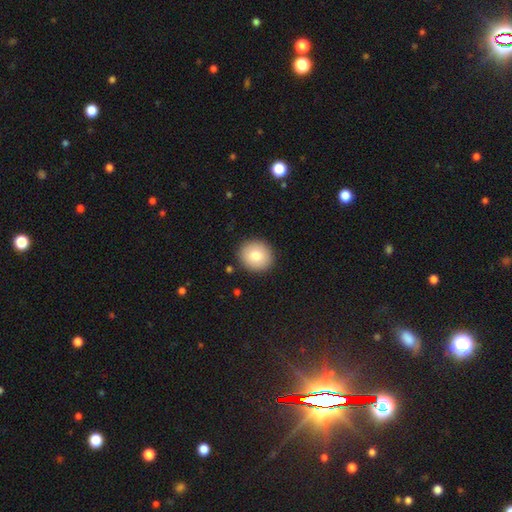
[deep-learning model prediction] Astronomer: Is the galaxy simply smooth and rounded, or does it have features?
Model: smooth — 80%.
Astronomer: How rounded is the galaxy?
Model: round — 85%.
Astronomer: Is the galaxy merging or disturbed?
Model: none — 90%.